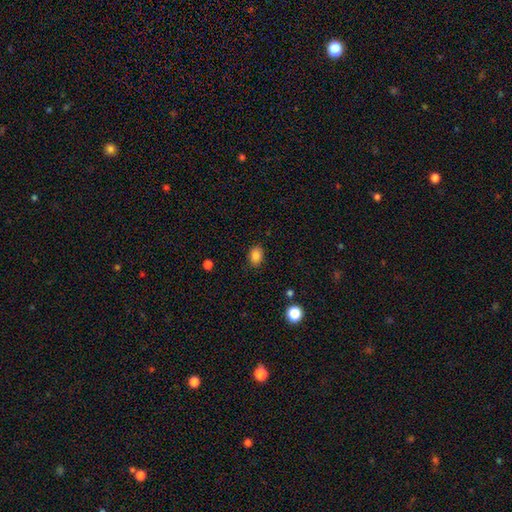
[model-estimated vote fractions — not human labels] Smooth or featured?
  - smooth: 85% *
  - star or artifact: 10%
  - featured or disk: 5%
How rounded?
  - in between: 66% *
  - round: 33%
  - cigar-shaped: 1%
Merging?
  - none: 86% *
  - minor disturbance: 11%
  - major disturbance: 3%
  - merger: 1%